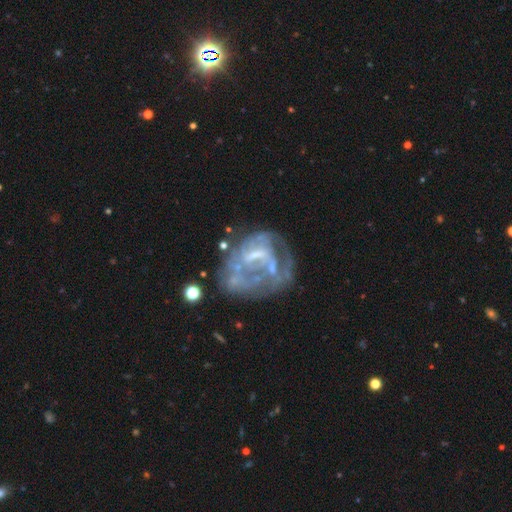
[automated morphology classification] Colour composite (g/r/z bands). It shows a featured or disk galaxy (76%) with a weak bar (41%, tied with no), spiral arms (50%, tied with no) and no central bulge (44%). Merging: none (37%).